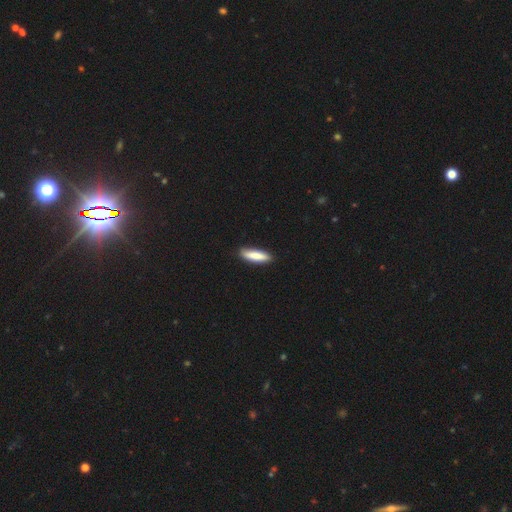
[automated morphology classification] Q: Smooth or featured?
A: smooth (83%); runner-up: featured or disk (12%)
Q: How rounded?
A: cigar-shaped (73%); runner-up: in between (26%)
Q: Merging?
A: none (88%); runner-up: minor disturbance (9%)